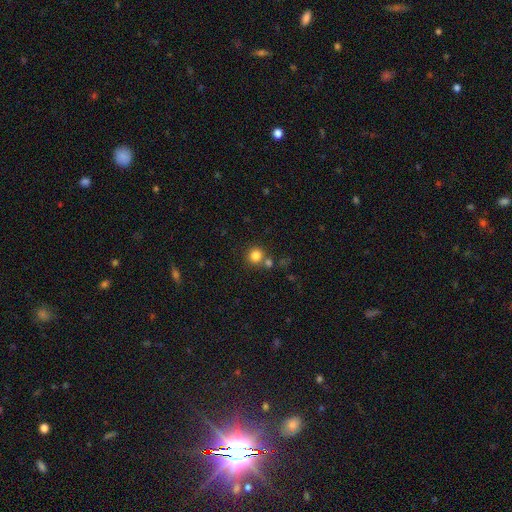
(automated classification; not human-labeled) Overall: smooth (82%). How rounded: round (92%). Merging: none (71%).